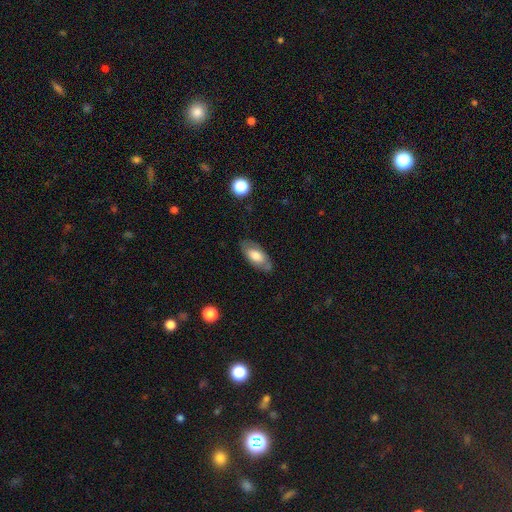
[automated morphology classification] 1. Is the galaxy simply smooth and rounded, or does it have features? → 64% smooth, 30% featured or disk, 6% star or artifact.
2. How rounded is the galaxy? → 89% in between, 8% cigar-shaped, 3% round.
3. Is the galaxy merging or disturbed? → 76% none, 18% minor disturbance, 4% major disturbance, 2% merger.